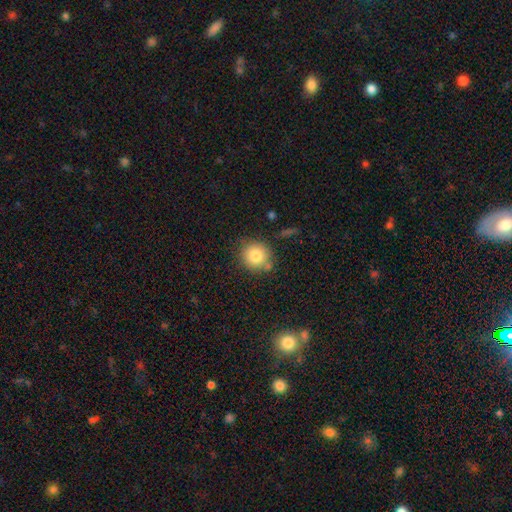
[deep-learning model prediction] Smooth or featured?
  - smooth: 80% *
  - star or artifact: 10%
  - featured or disk: 9%
How rounded?
  - round: 90% *
  - in between: 9%
  - cigar-shaped: 1%
Merging?
  - none: 77% *
  - minor disturbance: 12%
  - merger: 7%
  - major disturbance: 4%